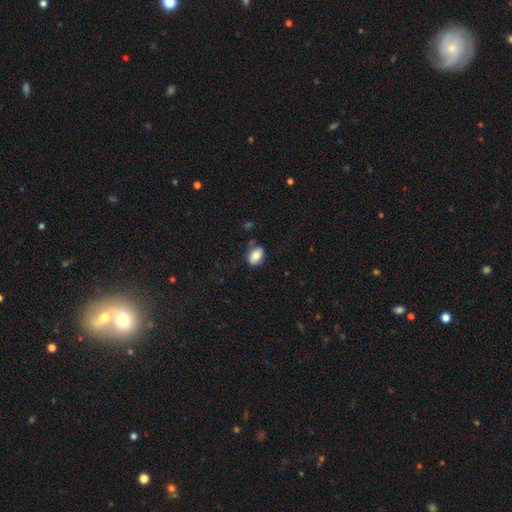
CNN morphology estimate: smooth-or-featured: smooth: 78% | featured or disk: 15% | star or artifact: 8%
  how-rounded: in between: 79% | round: 19% | cigar-shaped: 2%
  merging: none: 72% | minor disturbance: 19% | major disturbance: 5% | merger: 3%